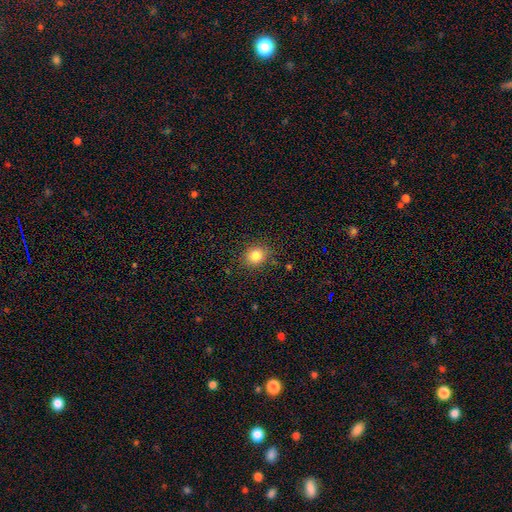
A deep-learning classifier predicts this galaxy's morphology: Q: Smooth or featured?
A: smooth (83%); runner-up: star or artifact (11%)
Q: How rounded?
A: round (71%); runner-up: in between (28%)
Q: Merging?
A: none (86%); runner-up: minor disturbance (10%)